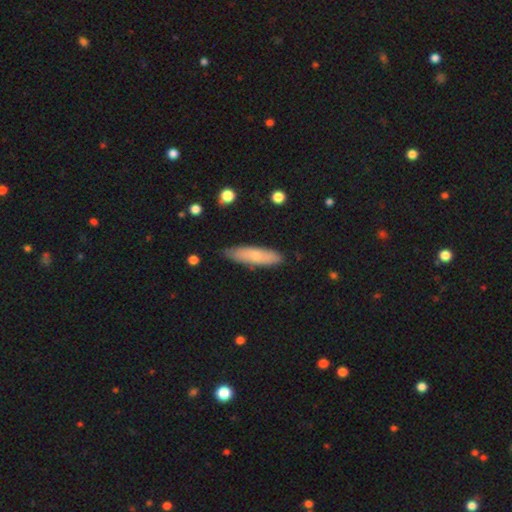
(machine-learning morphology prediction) Q: Smooth or featured?
A: smooth (67%); runner-up: featured or disk (27%)
Q: How rounded?
A: cigar-shaped (65%); runner-up: in between (33%)
Q: Merging?
A: none (81%); runner-up: minor disturbance (16%)